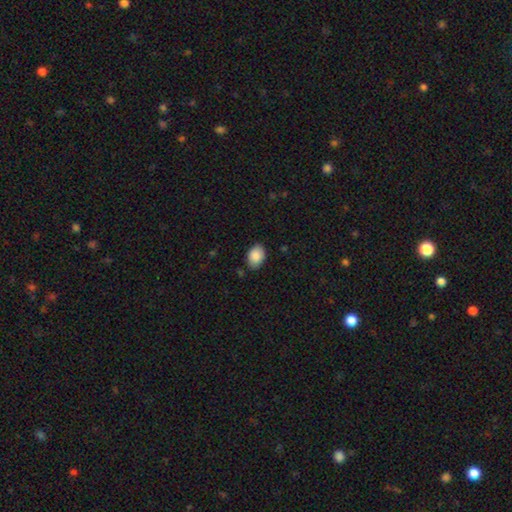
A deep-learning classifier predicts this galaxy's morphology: Smooth or featured: smooth — 88% (star or artifact — 7%)
How rounded: in between — 82% (round — 17%)
Merging: none — 83% (minor disturbance — 13%)